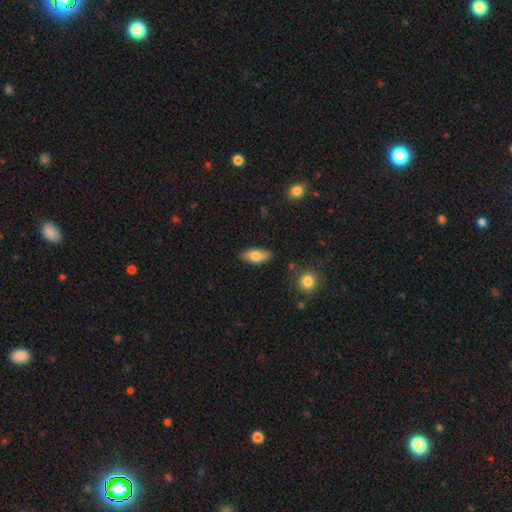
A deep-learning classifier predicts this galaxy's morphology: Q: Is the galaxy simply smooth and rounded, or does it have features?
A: smooth — 80%.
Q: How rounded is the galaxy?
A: in between — 85%.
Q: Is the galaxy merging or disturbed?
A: none — 85%.